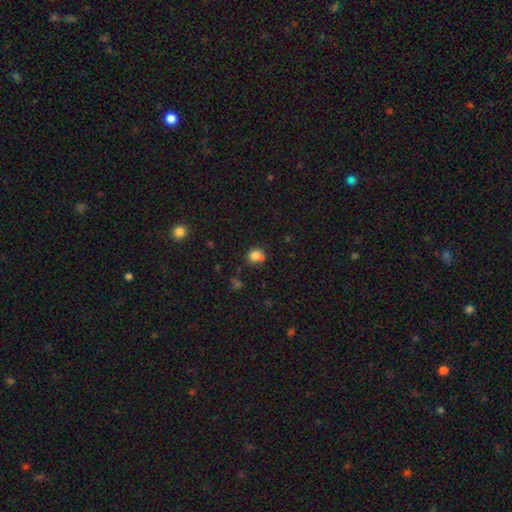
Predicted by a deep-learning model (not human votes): smooth 81%, star or artifact 12%, featured or disk 7%. Down the decision tree: how rounded — round (74%); merging — none (56%).